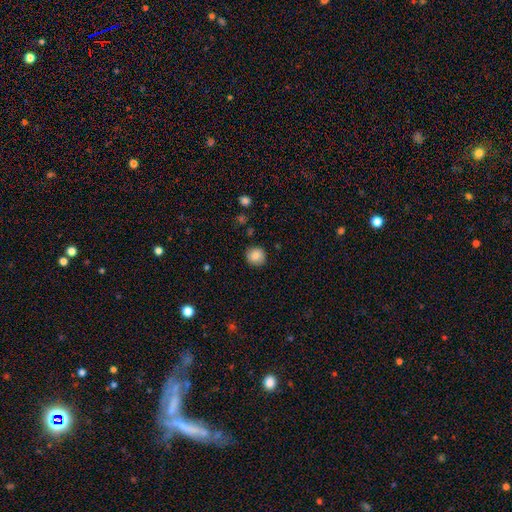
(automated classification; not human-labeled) smooth 84%, star or artifact 9%, featured or disk 7%. Down the decision tree: how rounded — round (90%); merging — none (88%).